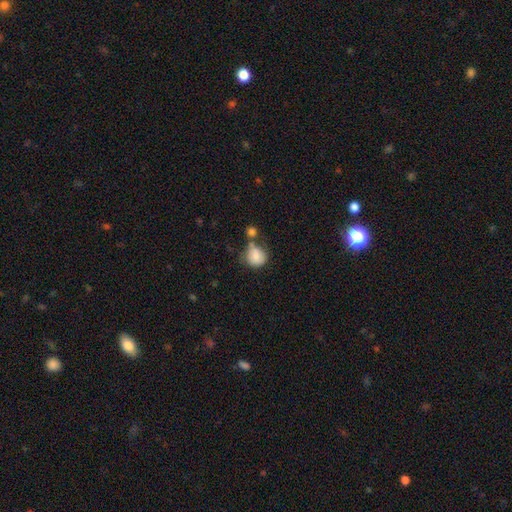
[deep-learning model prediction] A smooth galaxy with no disk features (83%) that is round (81%).

Vote fractions:
- Smooth or featured? smooth: 83% / featured or disk: 9% / star or artifact: 8%
- How rounded? round: 81% / in between: 18% / cigar-shaped: 1%
- Merging? none: 48% / merger: 26% / minor disturbance: 19% / major disturbance: 7%